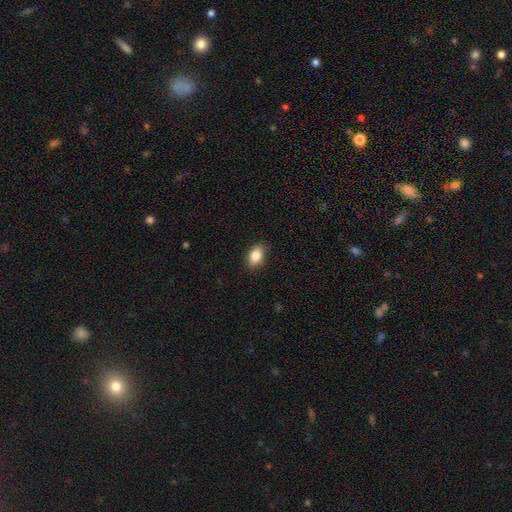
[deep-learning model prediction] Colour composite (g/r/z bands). It shows a smooth galaxy with no disk features (84%) that is in between round and cigar-shaped (86%). Merging: none (87%).